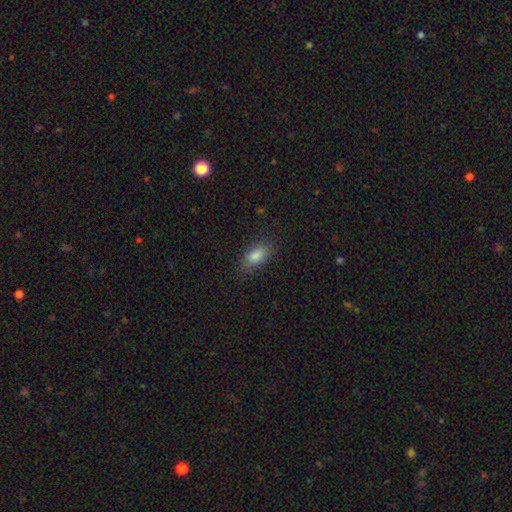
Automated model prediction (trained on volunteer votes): The model was most divided on "merging": none: 80%, minor disturbance: 15%, major disturbance: 4%, merger: 1%. More confident: how rounded — in between (86%); smooth or featured — smooth (85%).